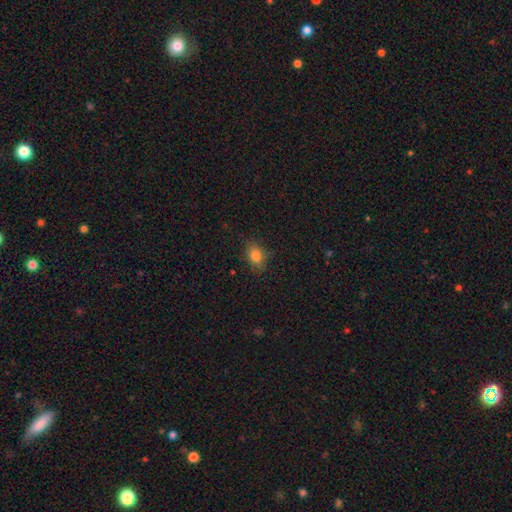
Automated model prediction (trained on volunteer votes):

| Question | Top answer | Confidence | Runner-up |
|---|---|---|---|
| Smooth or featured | smooth | 82% | star or artifact (12%) |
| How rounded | in between | 63% | round (36%) |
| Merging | none | 79% | minor disturbance (15%) |